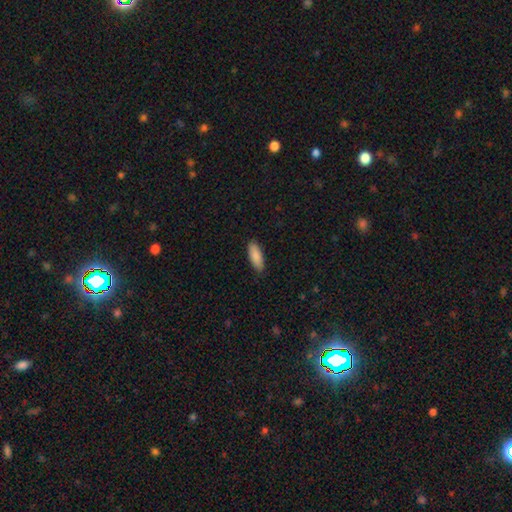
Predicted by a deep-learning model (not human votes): The model was most divided on "how rounded": in between: 70%, cigar-shaped: 28%, round: 2%. More confident: smooth or featured — smooth (88%); merging — none (88%).